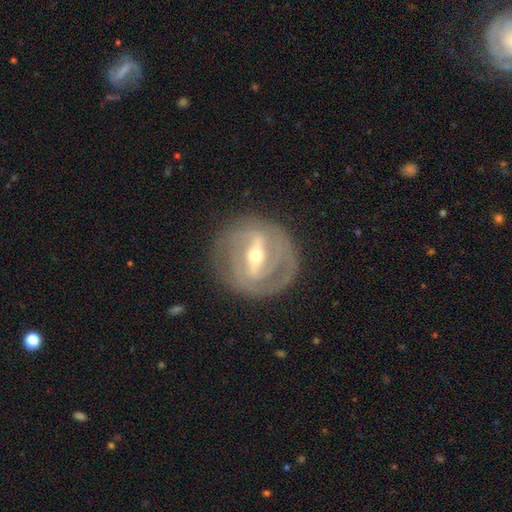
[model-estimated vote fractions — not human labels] Overall: featured or disk (84%). Edge-on disk: no (91%). Bar: strong (70%). Spiral arms: yes (76%). Spiral arm count: 2 (55%; can't tell 24%). Spiral winding: tight (61%; medium 29%). Bulge size: moderate (49%; small 47%). Merging: none (81%).